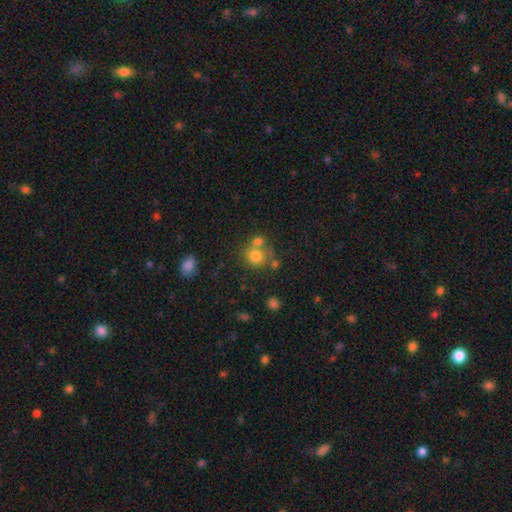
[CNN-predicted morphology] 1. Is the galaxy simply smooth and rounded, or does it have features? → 76% smooth, 13% star or artifact, 11% featured or disk.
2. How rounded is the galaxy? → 82% round, 17% in between, 1% cigar-shaped.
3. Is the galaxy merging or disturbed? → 52% none, 32% merger, 11% minor disturbance, 6% major disturbance.